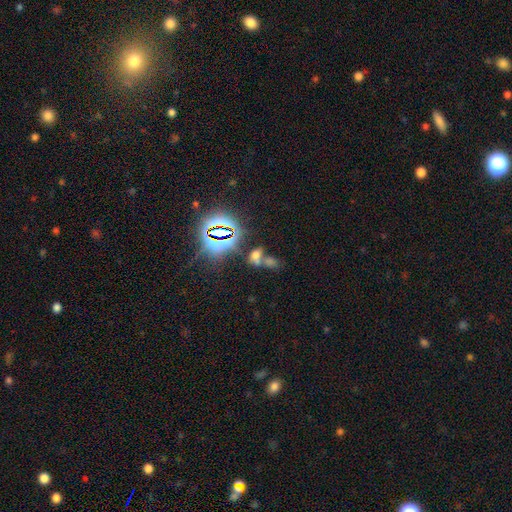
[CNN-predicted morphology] type=smooth (45%); merging=merger (49%).